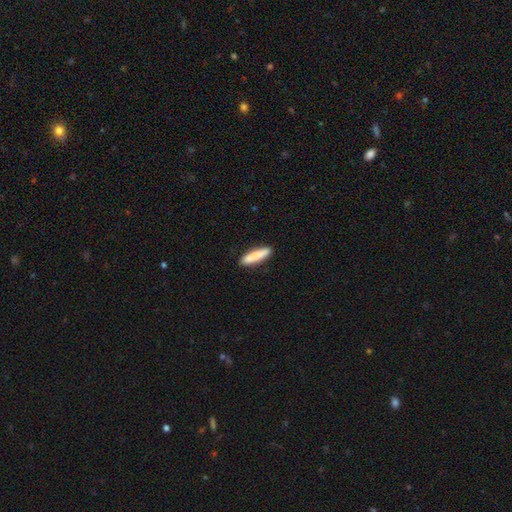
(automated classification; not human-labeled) A smooth galaxy with no disk features (83%) that is cigar-shaped (83%).

Vote fractions:
- Smooth or featured? smooth: 83% / featured or disk: 11% / star or artifact: 6%
- How rounded? cigar-shaped: 83% / in between: 16% / round: 1%
- Merging? none: 88% / minor disturbance: 9% / major disturbance: 2% / merger: 2%